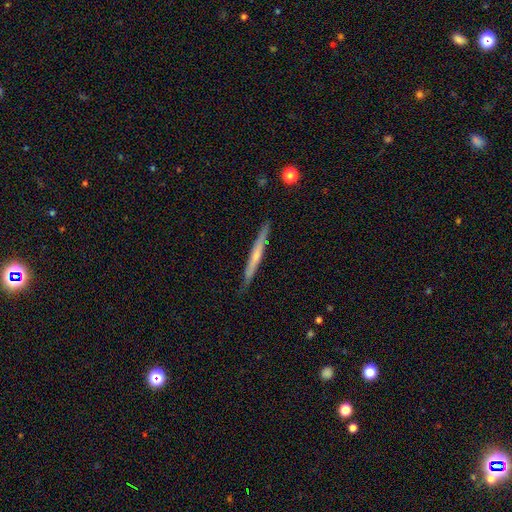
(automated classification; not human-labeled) Morphology: type=featured or disk (54%); edge-on=yes (95%); edge-on bulge=none (57%); merging=none (86%).